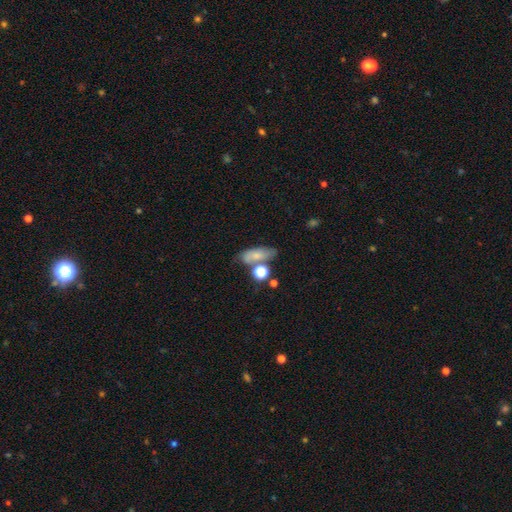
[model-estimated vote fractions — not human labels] This is likely a smooth galaxy (70%). How rounded: likely in between (69%). Merging: possibly none (51%).